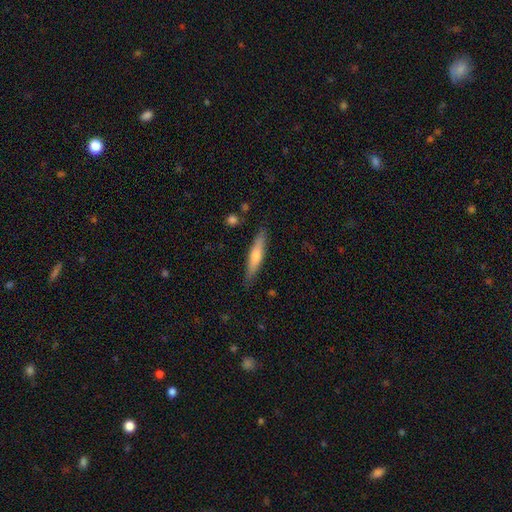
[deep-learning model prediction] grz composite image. It shows a smooth galaxy with no disk features (55%) that is cigar-shaped (87%). Merging: none (87%).